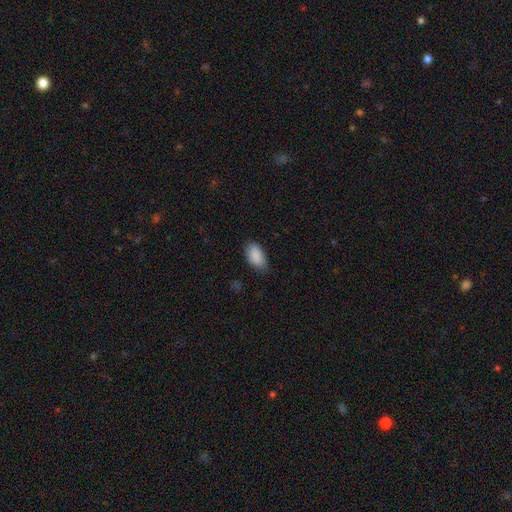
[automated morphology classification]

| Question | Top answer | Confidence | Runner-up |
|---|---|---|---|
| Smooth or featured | smooth | 89% | star or artifact (7%) |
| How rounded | in between | 94% | round (4%) |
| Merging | none | 72% | minor disturbance (23%) |